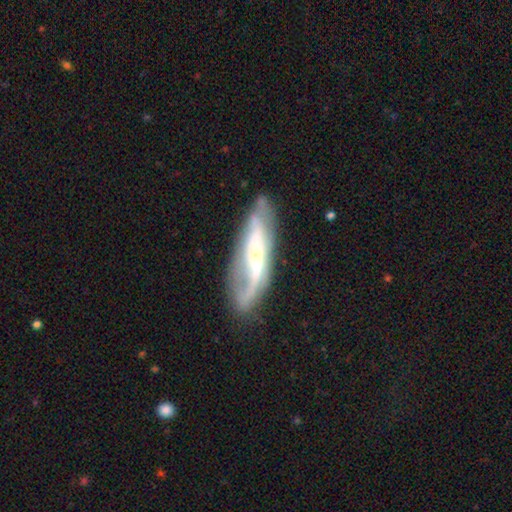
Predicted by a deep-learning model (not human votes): The model was most divided on "edge-on disk": no: 67%, yes: 33%. More confident: smooth or featured — featured or disk (68%); merging — none (65%).